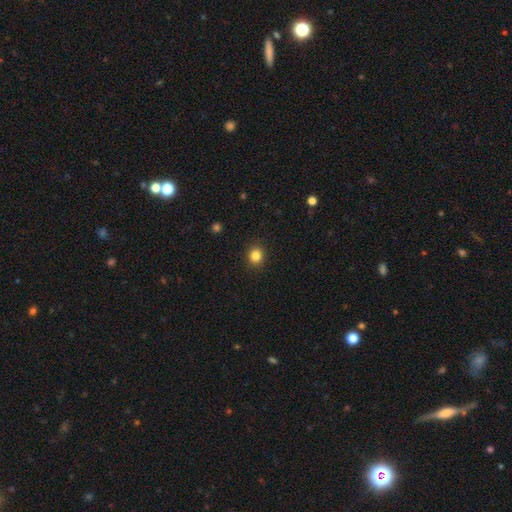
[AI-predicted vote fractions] This is clearly a smooth galaxy (84%). How rounded: clearly round (81%). Merging: clearly none (91%).